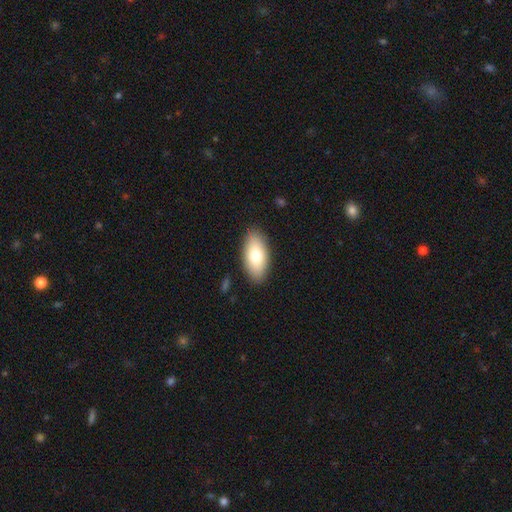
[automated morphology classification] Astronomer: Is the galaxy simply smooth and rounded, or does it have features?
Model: smooth — 75%.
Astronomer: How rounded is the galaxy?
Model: in between — 91%.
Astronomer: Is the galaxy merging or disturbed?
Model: none — 87%.